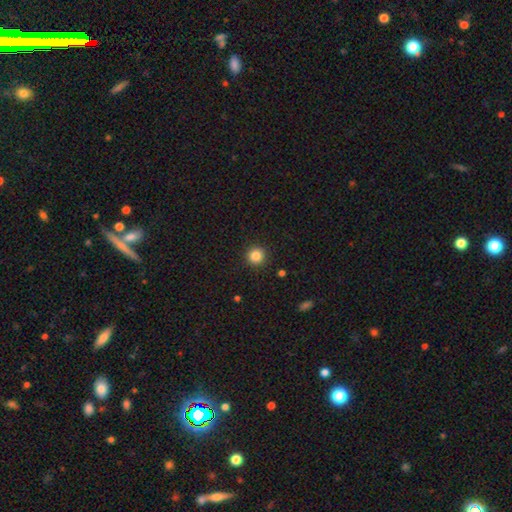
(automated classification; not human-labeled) smooth 85%, star or artifact 11%, featured or disk 4%. Down the decision tree: how rounded — round (95%); merging — none (93%).